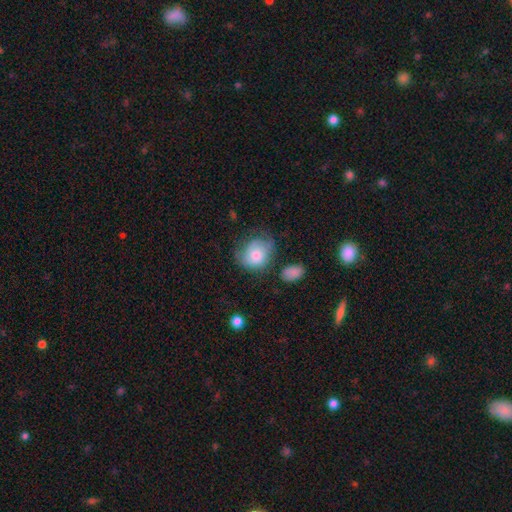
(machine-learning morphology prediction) Smooth or featured?
  - smooth: 70% *
  - featured or disk: 23%
  - star or artifact: 7%
How rounded?
  - round: 59% *
  - in between: 40%
  - cigar-shaped: 1%
Merging?
  - none: 47% *
  - minor disturbance: 32%
  - major disturbance: 16%
  - merger: 5%